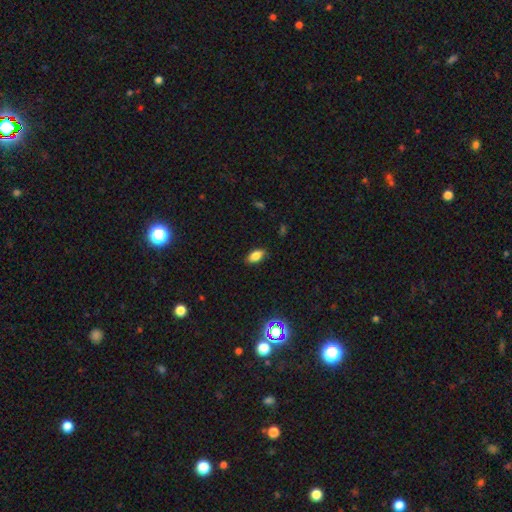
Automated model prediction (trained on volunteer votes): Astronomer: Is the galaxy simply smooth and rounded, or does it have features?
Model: smooth — 82%.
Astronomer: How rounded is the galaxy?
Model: in between — 89%.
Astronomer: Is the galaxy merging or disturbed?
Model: none — 84%.